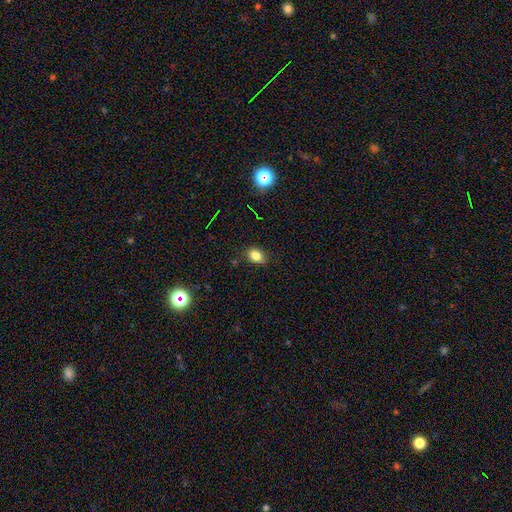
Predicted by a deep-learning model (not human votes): Overall: smooth (81%). How rounded: in between (70%). Merging: none (81%).